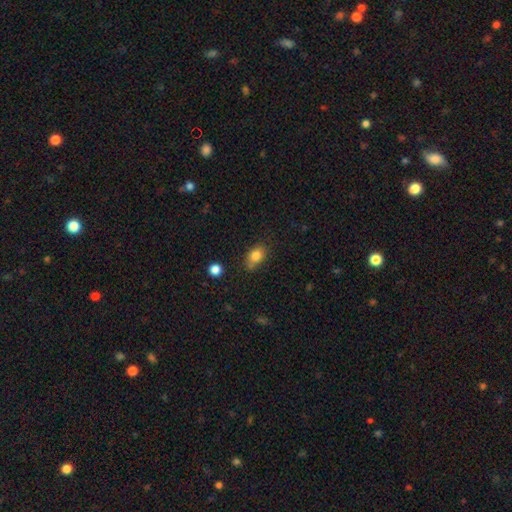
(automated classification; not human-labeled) A smooth galaxy with no disk features (82%) that is in between round and cigar-shaped (69%). Merging: none (66%).